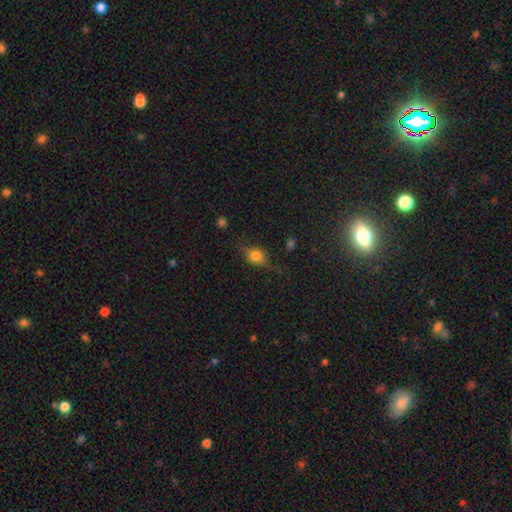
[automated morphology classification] Smooth or featured: smooth — 57% (featured or disk — 30%)
How rounded: round — 52% (in between — 42%)
Merging: none — 66% (minor disturbance — 22%)